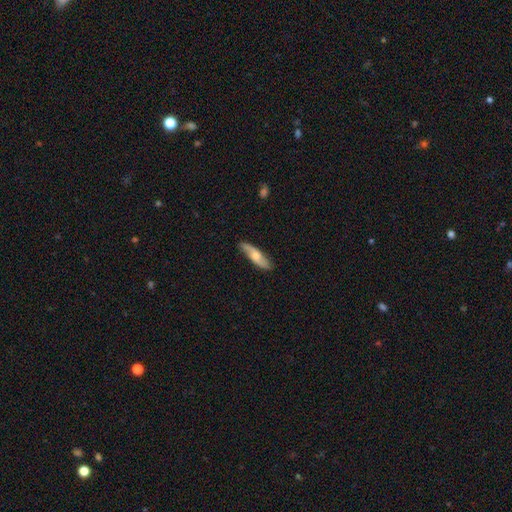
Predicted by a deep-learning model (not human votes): This appears to be a featured or disk galaxy (50%). Merging: none (81%).